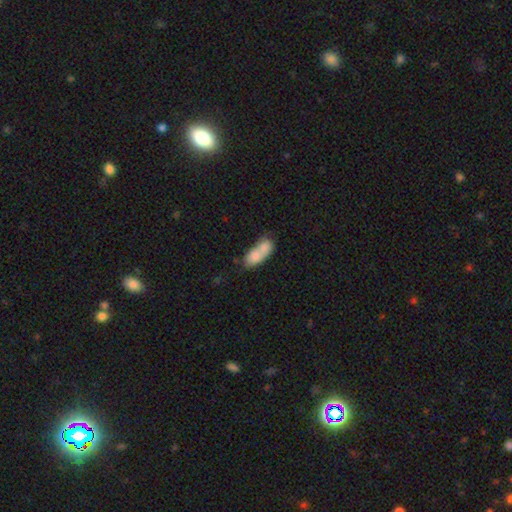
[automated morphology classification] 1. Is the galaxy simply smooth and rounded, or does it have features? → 73% smooth, 19% featured or disk, 8% star or artifact.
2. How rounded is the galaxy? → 79% in between, 14% cigar-shaped, 8% round.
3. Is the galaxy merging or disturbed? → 58% merger, 25% none, 12% minor disturbance, 6% major disturbance.